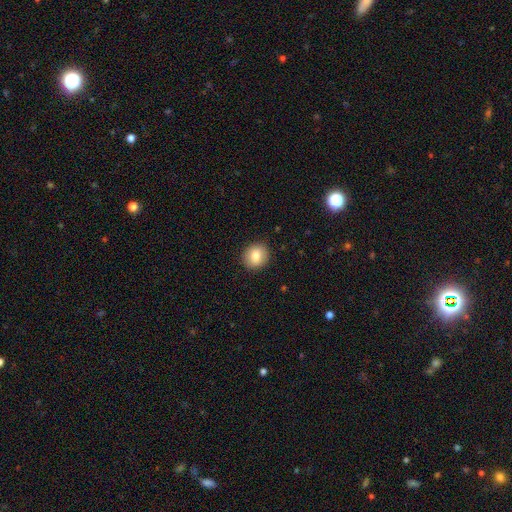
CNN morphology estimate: Smooth or featured: smooth — 82% (featured or disk — 9%)
How rounded: round — 83% (in between — 16%)
Merging: none — 90% (minor disturbance — 7%)